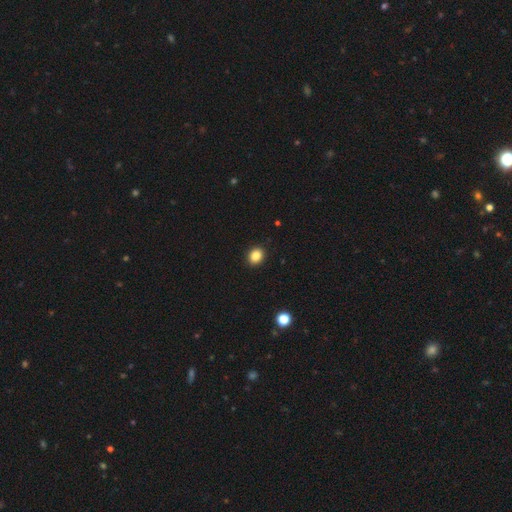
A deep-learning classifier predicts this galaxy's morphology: smooth_or_featured: smooth (p=0.86) [alt: star or artifact p=0.10]
how_rounded: round (p=0.57) [alt: in between p=0.42]
merging: none (p=0.91) [alt: minor disturbance p=0.06]